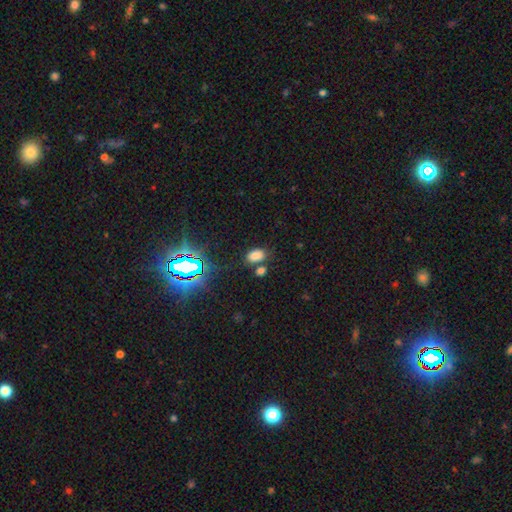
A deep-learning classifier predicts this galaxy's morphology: smooth_or_featured: smooth (p=0.74) [alt: star or artifact p=0.21]
how_rounded: in between (p=0.88) [alt: round p=0.11]
merging: none (p=0.69) [alt: merger p=0.15]